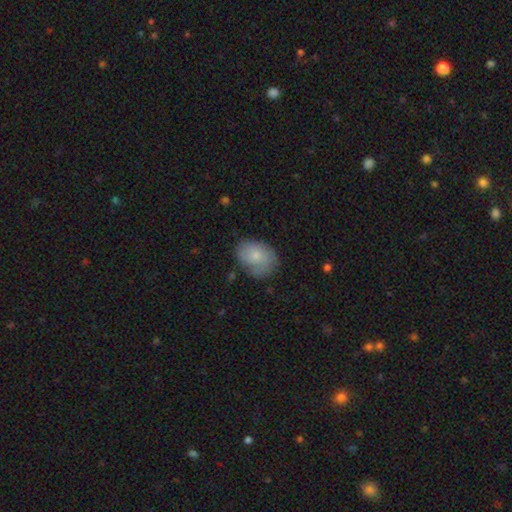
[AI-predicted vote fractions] A smooth galaxy with no disk features (73%) that is in between round and cigar-shaped (68%). Merging: none (61%).